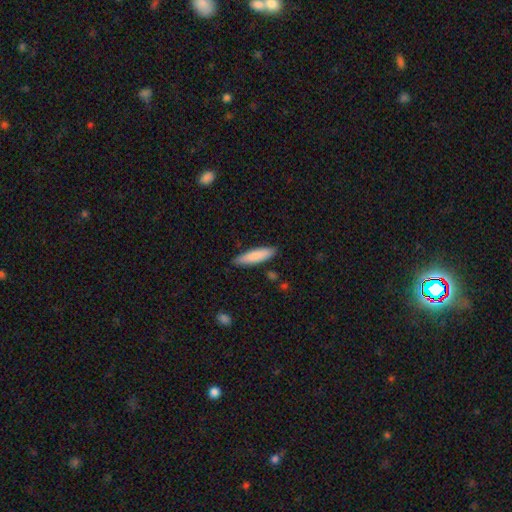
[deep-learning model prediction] Smooth or featured: smooth — 84% (featured or disk — 10%)
How rounded: cigar-shaped — 71% (in between — 27%)
Merging: none — 85% (minor disturbance — 11%)